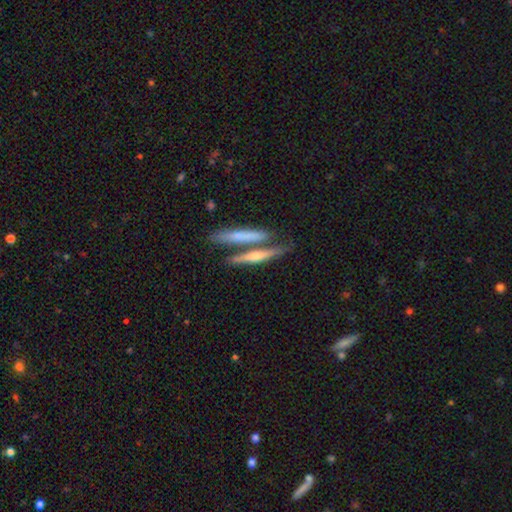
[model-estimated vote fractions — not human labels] A smooth galaxy with no disk features (47%). Merging: none (62%).